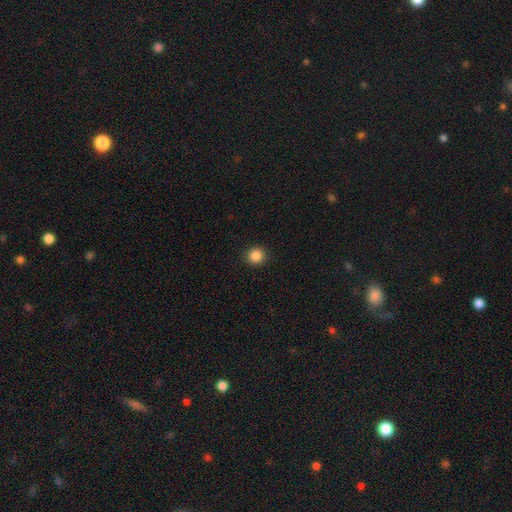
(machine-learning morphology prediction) smooth_or_featured: smooth (p=0.86) [alt: star or artifact p=0.11]
how_rounded: round (p=0.92) [alt: in between p=0.07]
merging: none (p=0.91) [alt: minor disturbance p=0.06]